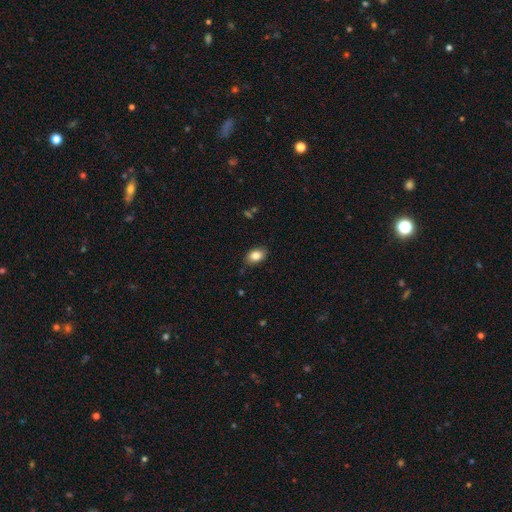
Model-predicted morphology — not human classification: smooth 84%, star or artifact 8%, featured or disk 8%. Down the decision tree: how rounded — in between (81%); merging — none (84%).